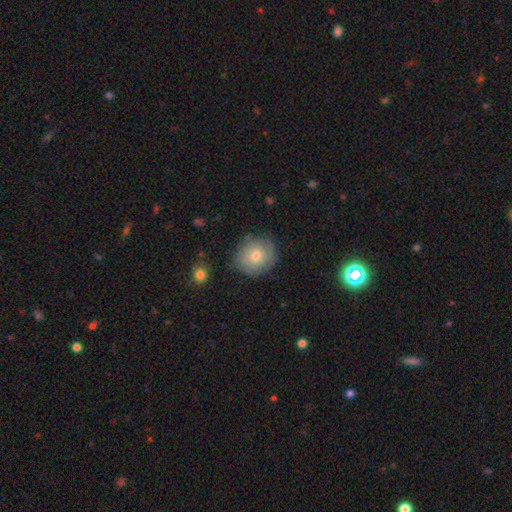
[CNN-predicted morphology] type=smooth (68%); roundness=round (83%); merging=none (81%).